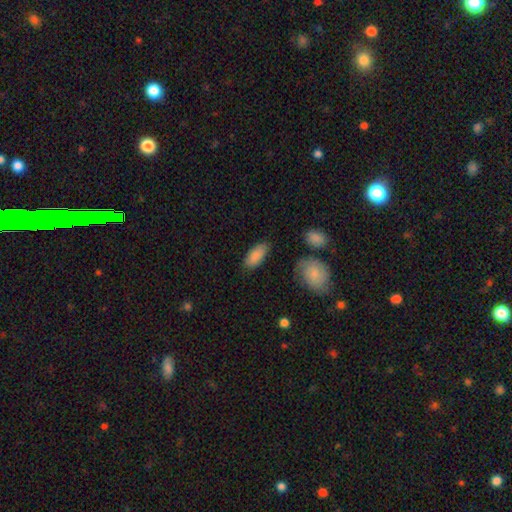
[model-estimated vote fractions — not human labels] A smooth galaxy with no disk features (86%) that is in between round and cigar-shaped (87%). Merging: none (79%).